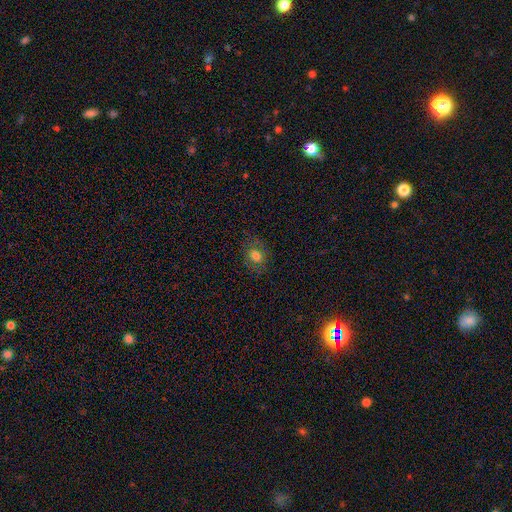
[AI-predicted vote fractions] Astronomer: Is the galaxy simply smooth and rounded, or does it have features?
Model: smooth — 75%.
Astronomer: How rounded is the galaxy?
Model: round — 59% (runner-up: in between, 40%).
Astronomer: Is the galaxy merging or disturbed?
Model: none — 79%.